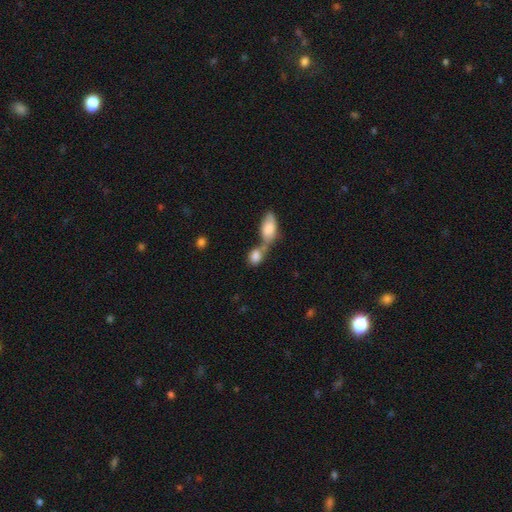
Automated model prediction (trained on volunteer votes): Overall: smooth (83%). How rounded: in between (73%). Merging: merger (66%).